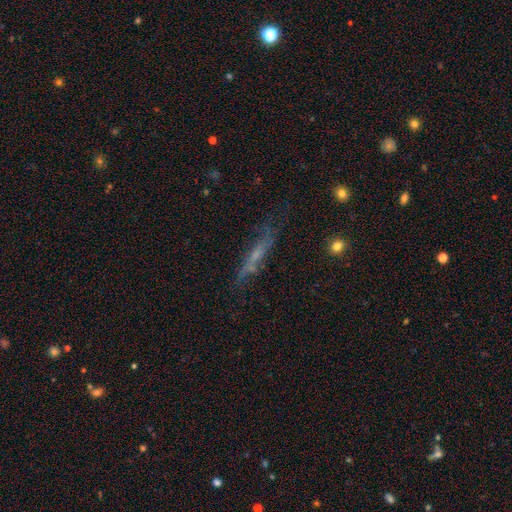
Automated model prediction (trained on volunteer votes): Smooth or featured? Predicted: featured or disk (p=0.54). Edge-on disk? Predicted: yes (p=0.66). Merging? Predicted: none (p=0.64).